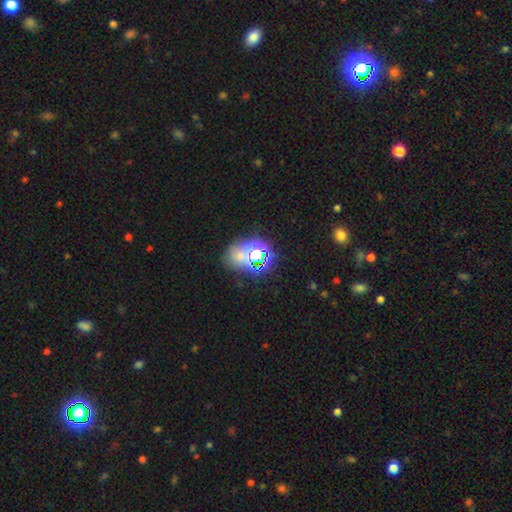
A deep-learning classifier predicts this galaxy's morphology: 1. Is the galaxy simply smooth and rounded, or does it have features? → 51% star or artifact, 35% smooth, 14% featured or disk.